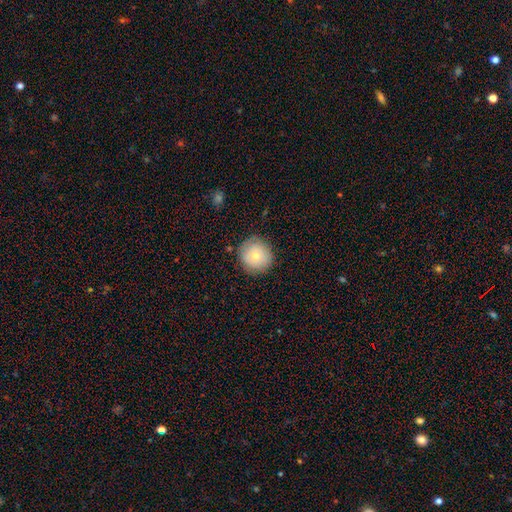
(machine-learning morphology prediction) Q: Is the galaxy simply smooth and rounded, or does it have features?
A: smooth — 73%.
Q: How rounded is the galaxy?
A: round — 94%.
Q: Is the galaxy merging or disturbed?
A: none — 84%.